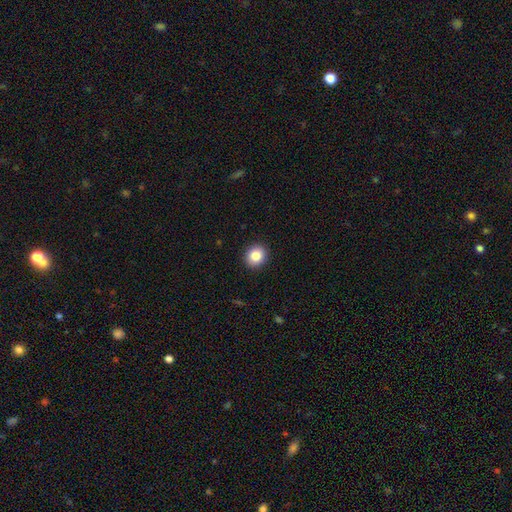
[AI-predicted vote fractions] Smooth or featured? smooth (84%)
How rounded? round (76%)
Merging? none (92%)